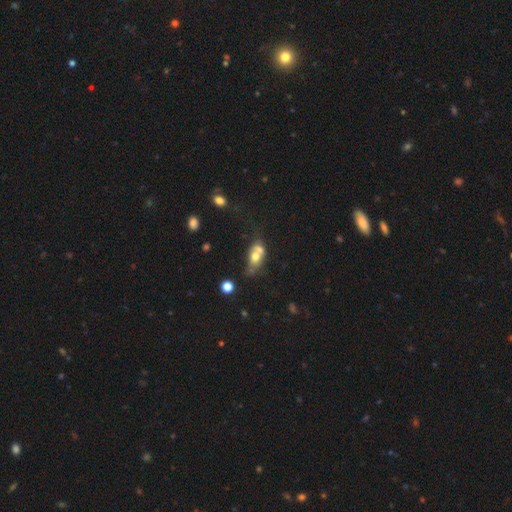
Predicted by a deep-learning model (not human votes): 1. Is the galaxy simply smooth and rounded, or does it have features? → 61% smooth, 28% featured or disk, 11% star or artifact.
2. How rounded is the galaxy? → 66% in between, 29% round, 5% cigar-shaped.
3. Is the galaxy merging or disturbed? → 52% merger, 26% none, 13% minor disturbance, 8% major disturbance.